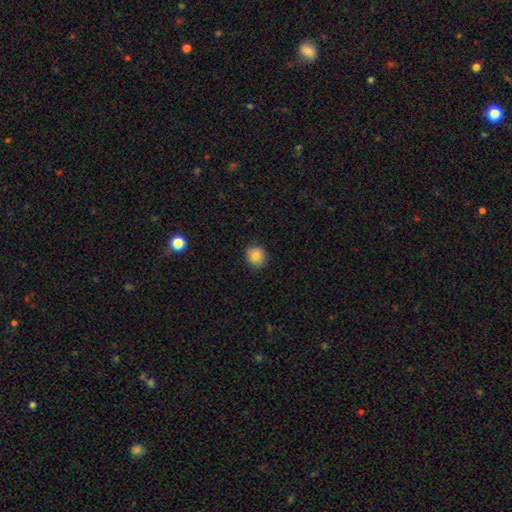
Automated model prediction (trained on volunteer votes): Smooth or featured?
  - smooth: 86% *
  - star or artifact: 9%
  - featured or disk: 5%
How rounded?
  - round: 83% *
  - in between: 16%
  - cigar-shaped: 1%
Merging?
  - none: 88% *
  - minor disturbance: 8%
  - major disturbance: 2%
  - merger: 1%